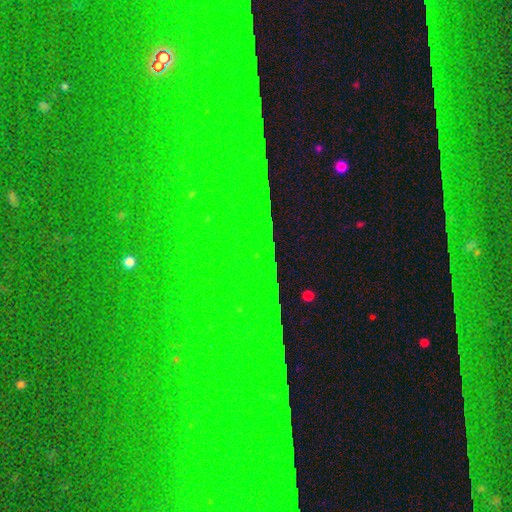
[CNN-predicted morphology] Smooth or featured? Predicted: star or artifact (p=0.86).